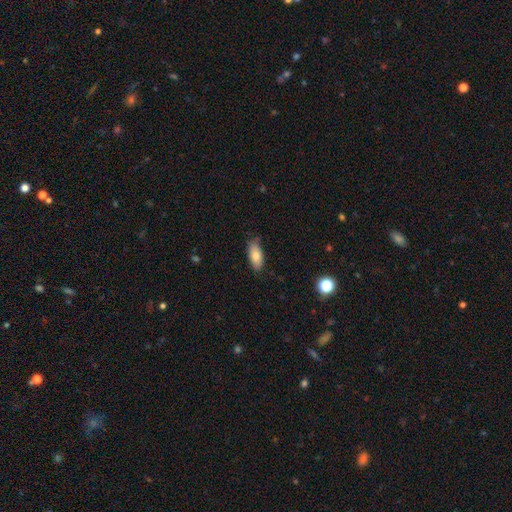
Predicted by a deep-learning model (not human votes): Smooth or featured: smooth — 77% (featured or disk — 16%)
How rounded: in between — 86% (cigar-shaped — 11%)
Merging: none — 79% (minor disturbance — 17%)